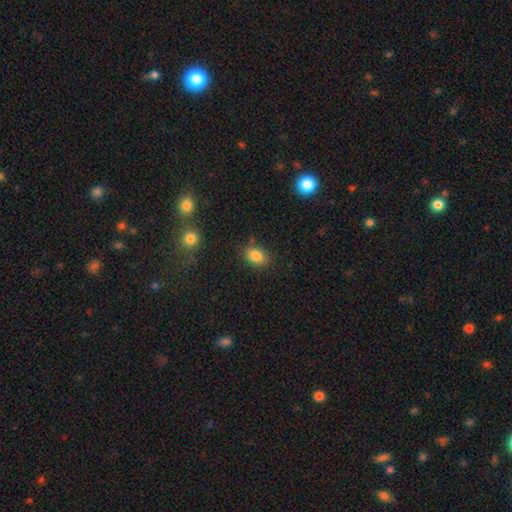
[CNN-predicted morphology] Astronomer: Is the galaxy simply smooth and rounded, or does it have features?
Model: smooth — 84%.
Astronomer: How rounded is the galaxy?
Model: in between — 75%.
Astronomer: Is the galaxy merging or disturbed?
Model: none — 83%.